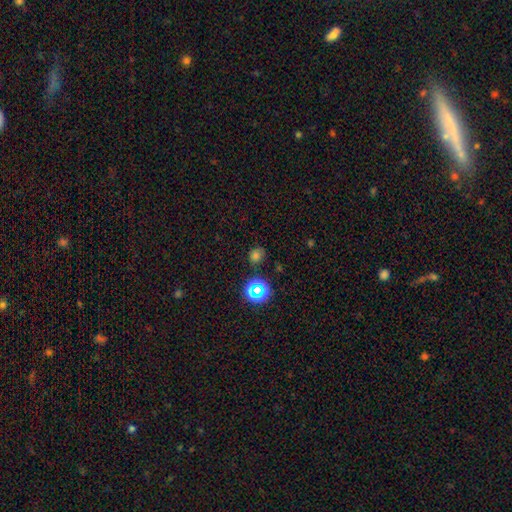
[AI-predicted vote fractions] Smooth or featured?
  - smooth: 63% *
  - star or artifact: 30%
  - featured or disk: 6%
How rounded?
  - round: 80% *
  - in between: 19%
  - cigar-shaped: 1%
Merging?
  - none: 81% *
  - minor disturbance: 12%
  - merger: 4%
  - major disturbance: 4%